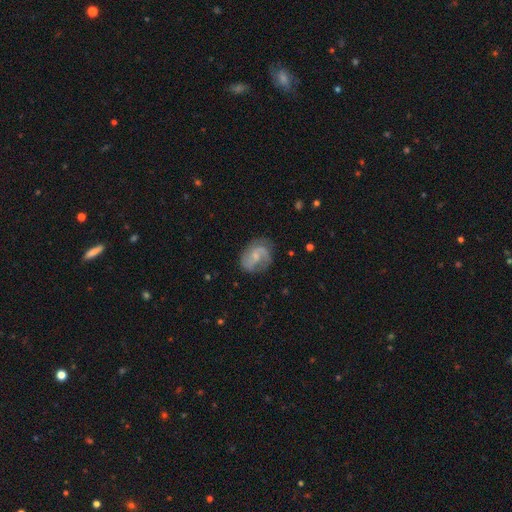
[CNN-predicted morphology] Overall: featured or disk (72%). Edge-on disk: no (98%). Bar: weak (46%; no 43%). Spiral arms: yes (92%). Spiral arm count: 2 (77%). Spiral winding: medium (47%; loose 34%). Bulge size: small (56%; moderate 30%). Merging: none (67%).